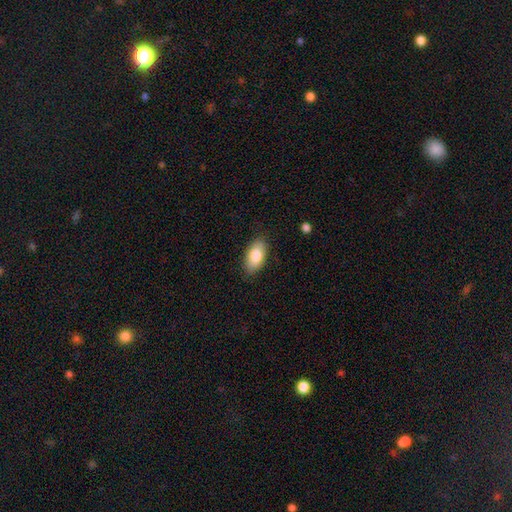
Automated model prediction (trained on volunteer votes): The model was most divided on "smooth or featured": smooth: 82%, featured or disk: 11%, star or artifact: 7%. More confident: how rounded — in between (92%); merging — none (86%).